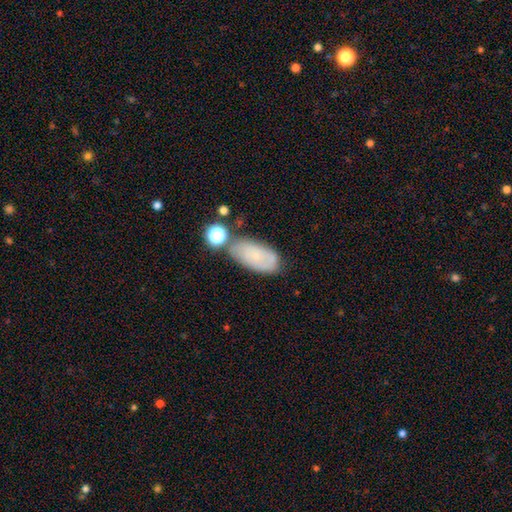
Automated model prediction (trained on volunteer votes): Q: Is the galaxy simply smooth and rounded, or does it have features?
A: smooth — 65%.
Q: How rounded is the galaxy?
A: in between — 91%.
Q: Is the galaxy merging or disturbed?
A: none — 58%.